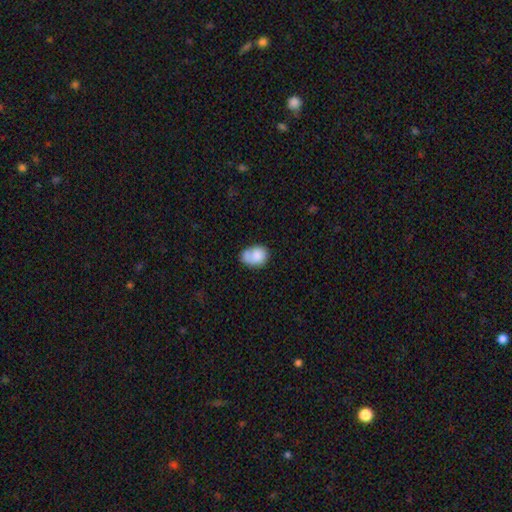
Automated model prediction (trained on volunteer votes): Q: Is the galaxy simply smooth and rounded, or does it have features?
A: smooth — 77%.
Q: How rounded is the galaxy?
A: in between — 65%.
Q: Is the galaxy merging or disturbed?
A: none — 44%.